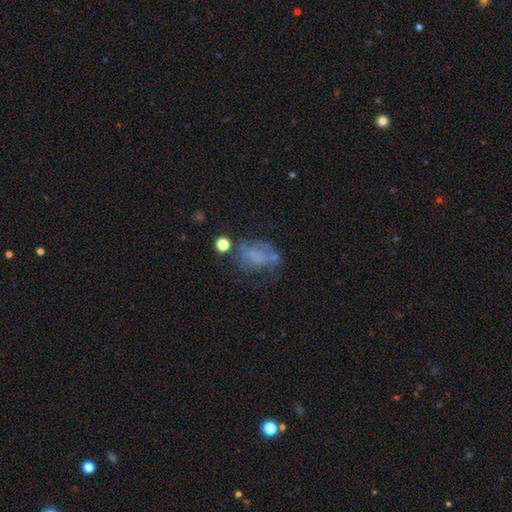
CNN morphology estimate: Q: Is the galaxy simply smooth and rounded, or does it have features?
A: smooth — 44%.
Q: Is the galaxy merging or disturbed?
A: none — 40%.